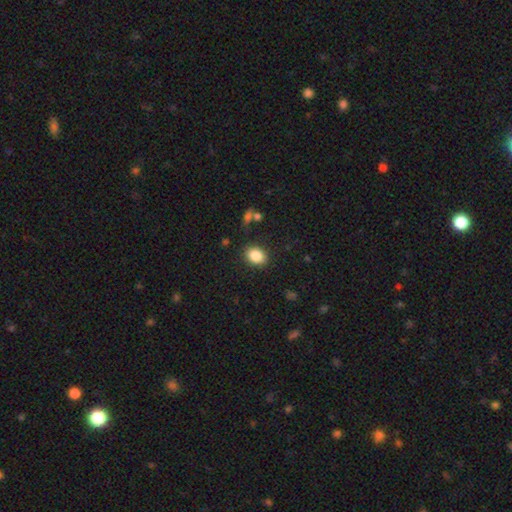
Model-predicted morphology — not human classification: smooth_or_featured: smooth (p=0.86) [alt: star or artifact p=0.09]
how_rounded: in between (p=0.61) [alt: round p=0.38]
merging: none (p=0.86) [alt: minor disturbance p=0.09]